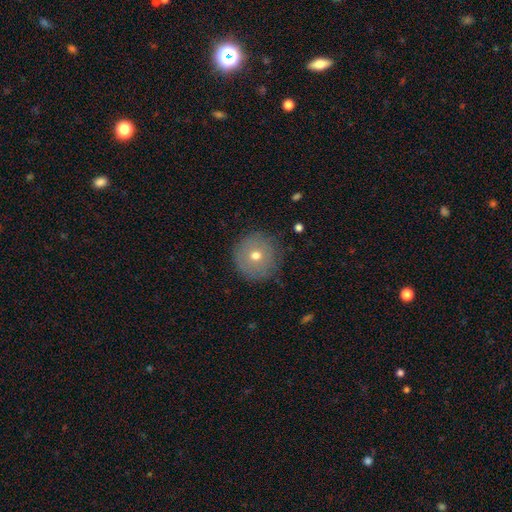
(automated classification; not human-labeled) Smooth or featured: smooth — 63% (featured or disk — 26%)
How rounded: round — 95% (in between — 4%)
Merging: none — 84% (minor disturbance — 11%)